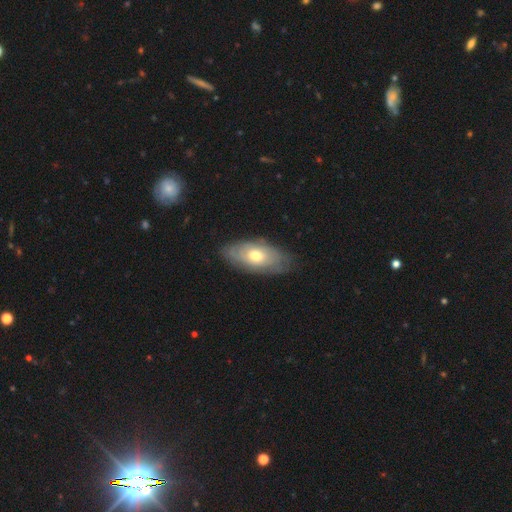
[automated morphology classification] featured or disk 52%, smooth 43%, star or artifact 6%. Down the decision tree: edge-on disk — no (85%); merging — none (76%).